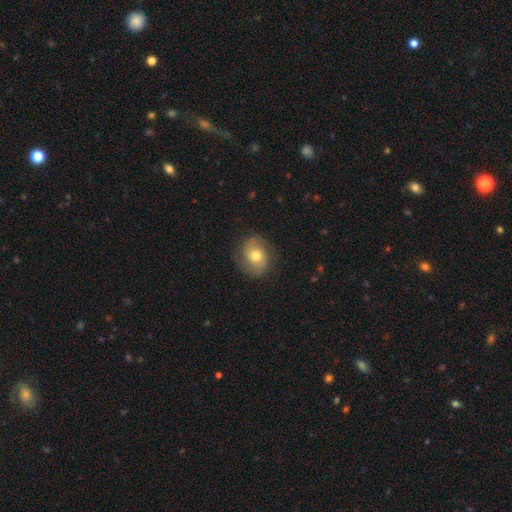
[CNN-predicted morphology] type=featured or disk (51%); edge-on=no (97%); merging=none (79%).